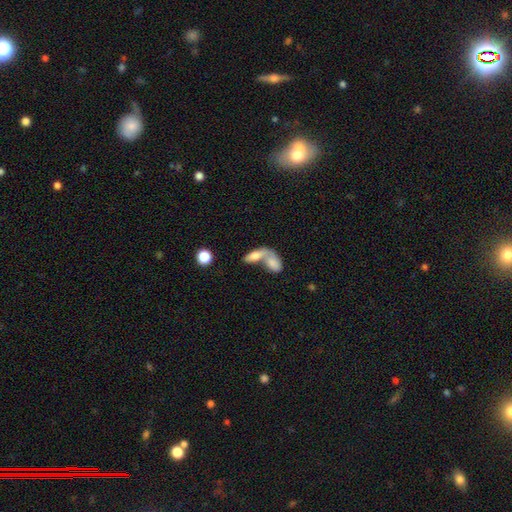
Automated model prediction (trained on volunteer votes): A smooth galaxy with no disk features (71%) that is in between round and cigar-shaped (79%).

Vote fractions:
- Smooth or featured? smooth: 71% / featured or disk: 20% / star or artifact: 8%
- How rounded? in between: 79% / cigar-shaped: 15% / round: 6%
- Merging? merger: 71% / none: 18% / minor disturbance: 6% / major disturbance: 6%